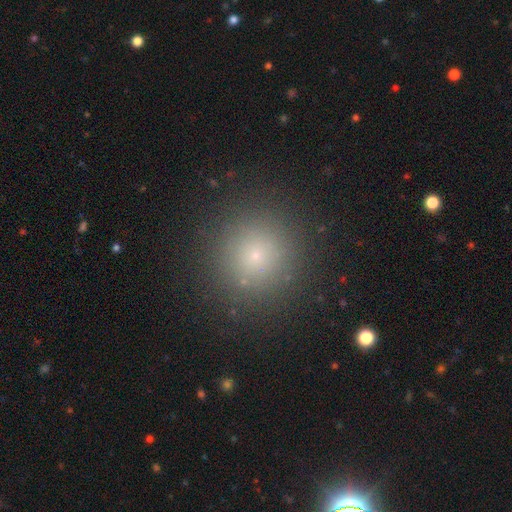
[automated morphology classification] A smooth galaxy with no disk features (71%) that is round (95%). Merging: none (89%).